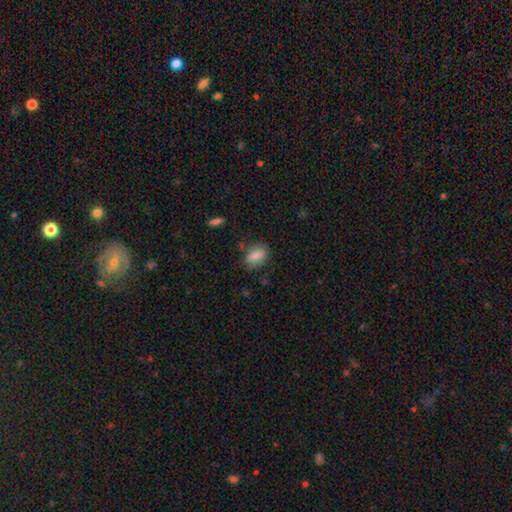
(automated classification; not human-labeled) This appears to be a smooth galaxy with no disk features (74%) that is in between round and cigar-shaped (78%). Merging: none (75%).